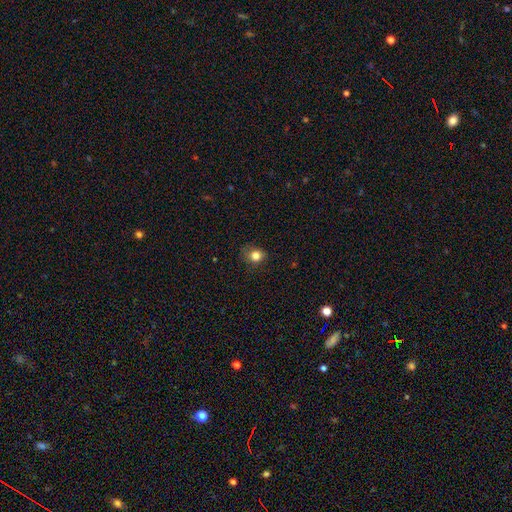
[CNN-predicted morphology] Smooth or featured?
  - smooth: 81% *
  - star or artifact: 12%
  - featured or disk: 7%
How rounded?
  - round: 70% *
  - in between: 30%
  - cigar-shaped: 1%
Merging?
  - none: 77% *
  - minor disturbance: 18%
  - major disturbance: 5%
  - merger: 1%